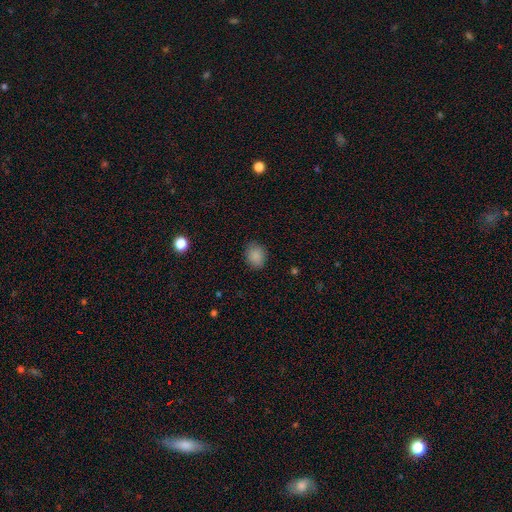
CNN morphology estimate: Smooth or featured?
  - smooth: 87% *
  - star or artifact: 9%
  - featured or disk: 4%
How rounded?
  - round: 52% *
  - in between: 47%
  - cigar-shaped: 1%
Merging?
  - none: 85% *
  - minor disturbance: 11%
  - major disturbance: 3%
  - merger: 1%